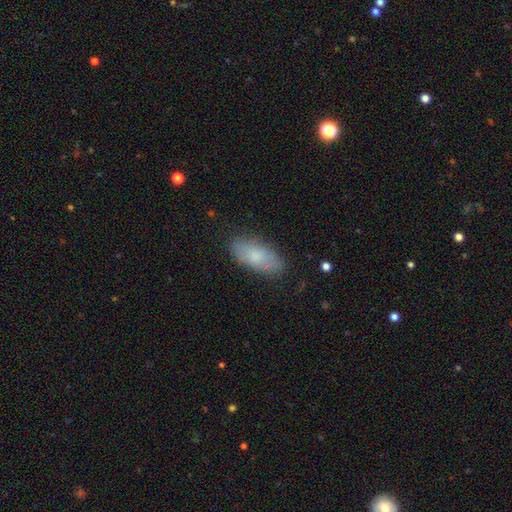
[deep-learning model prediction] Morphology: type=smooth (75%); roundness=in between (88%); merging=none (79%).